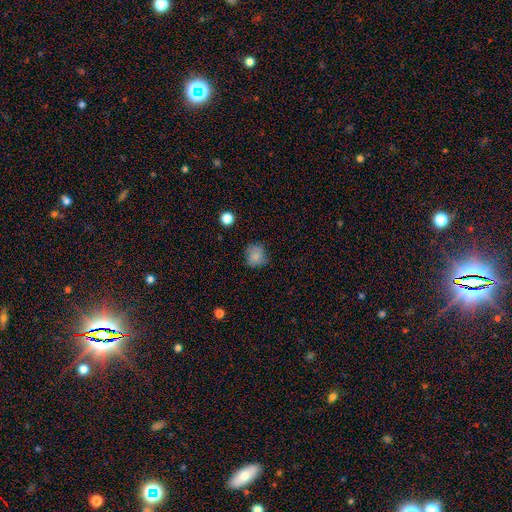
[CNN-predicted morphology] This is likely a smooth galaxy (80%). How rounded: clearly round (81%). Merging: likely none (70%).